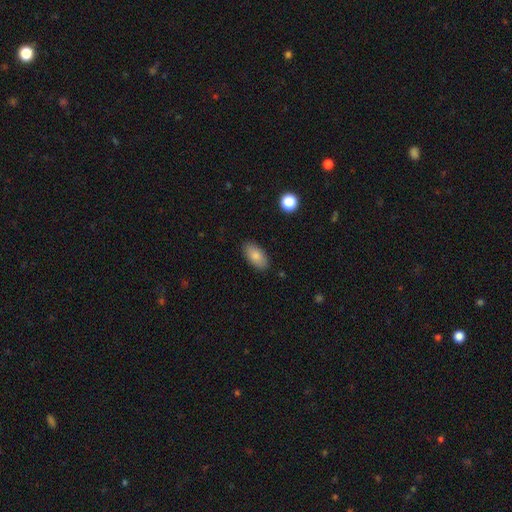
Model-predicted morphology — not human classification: Q: Smooth or featured?
A: smooth (84%); runner-up: featured or disk (9%)
Q: How rounded?
A: in between (93%); runner-up: cigar-shaped (4%)
Q: Merging?
A: none (87%); runner-up: minor disturbance (9%)